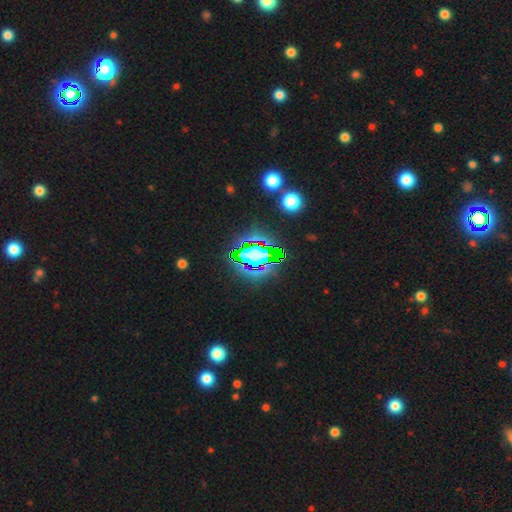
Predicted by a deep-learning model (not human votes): Smooth or featured: star or artifact — 67% (smooth — 19%)